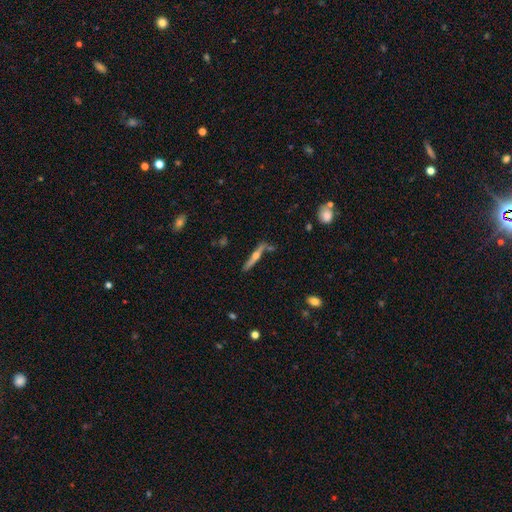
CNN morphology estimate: smooth-or-featured: featured or disk: 68% | smooth: 25% | star or artifact: 7%
  disk-edge-on: yes: 94% | no: 6%
    edge-on-bulge: rounded: 91% | none: 6% | boxy: 3%
  merging: none: 73% | minor disturbance: 15% | merger: 8% | major disturbance: 4%